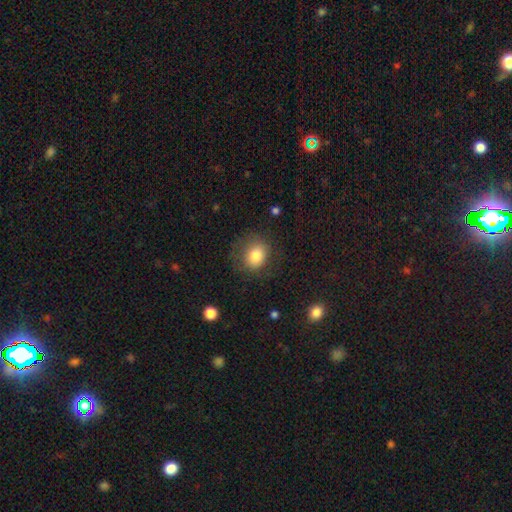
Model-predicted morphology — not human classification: The model was most divided on "how rounded": round: 64%, in between: 35%, cigar-shaped: 1%. More confident: smooth or featured — smooth (81%); merging — none (73%).